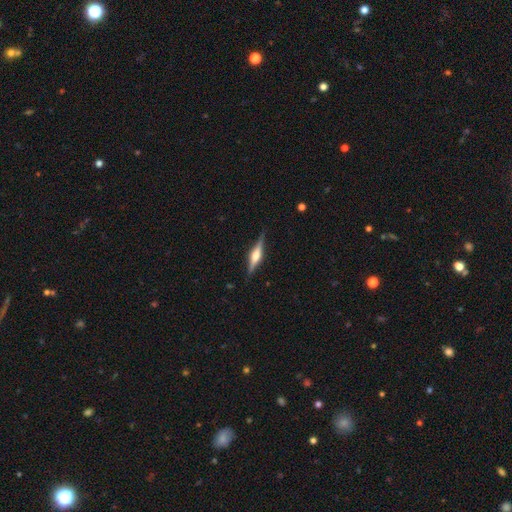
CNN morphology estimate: smooth-or-featured: featured or disk: 75% | smooth: 19% | star or artifact: 6%
  disk-edge-on: yes: 98% | no: 2%
    edge-on-bulge: rounded: 87% | boxy: 11% | none: 3%
  merging: none: 88% | minor disturbance: 9% | major disturbance: 2% | merger: 1%